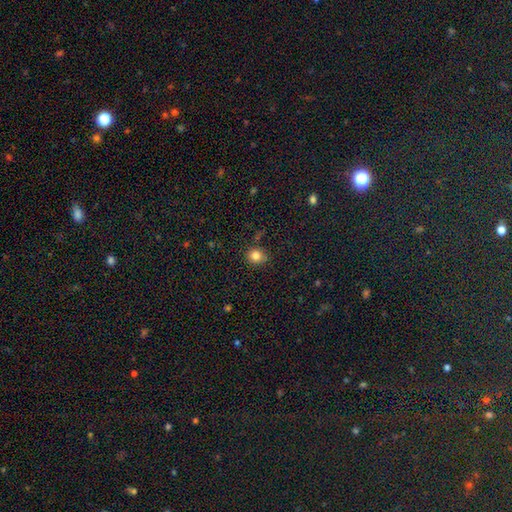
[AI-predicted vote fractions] Smooth or featured: smooth — 82% (star or artifact — 12%)
How rounded: round — 75% (in between — 24%)
Merging: none — 81% (minor disturbance — 14%)